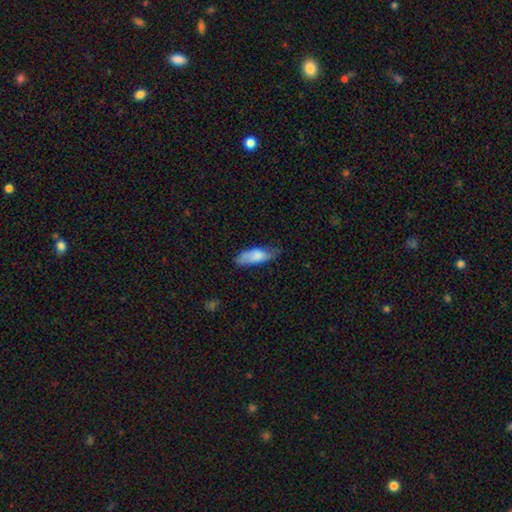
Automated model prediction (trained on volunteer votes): This is likely a smooth galaxy (80%). How rounded: likely in between (75%). Merging: possibly none (51%).